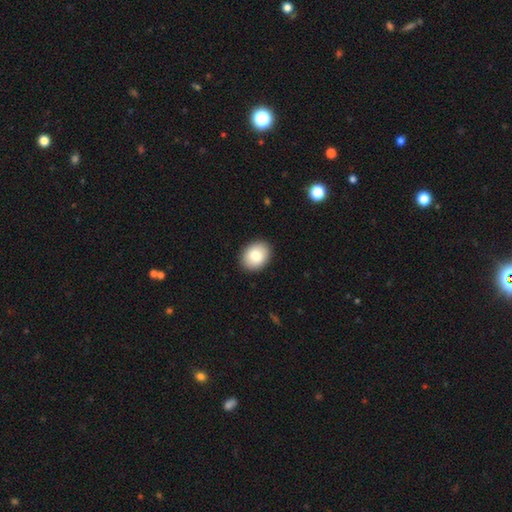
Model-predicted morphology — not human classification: Q: Smooth or featured?
A: smooth (83%); runner-up: featured or disk (10%)
Q: How rounded?
A: in between (62%); runner-up: round (37%)
Q: Merging?
A: none (91%); runner-up: minor disturbance (7%)